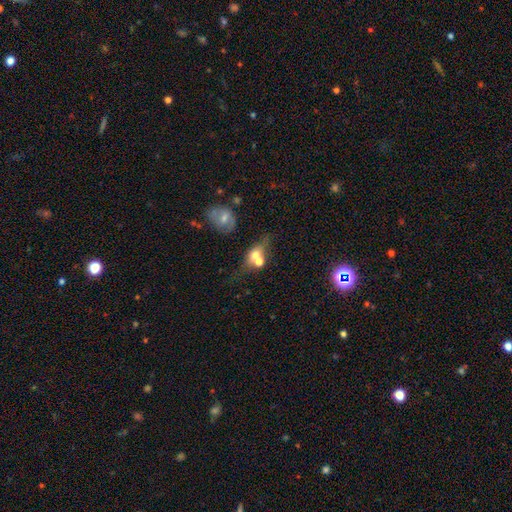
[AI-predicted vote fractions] smooth_or_featured: smooth (p=0.61) [alt: featured or disk p=0.28]
how_rounded: in between (p=0.58) [alt: round p=0.35]
merging: merger (p=0.50) [alt: none p=0.28]